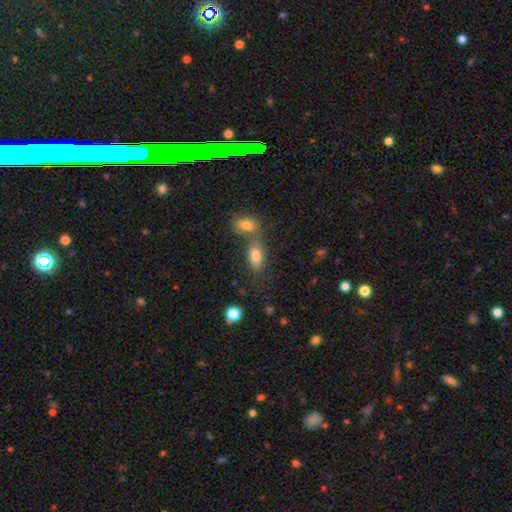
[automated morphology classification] smooth_or_featured: smooth (p=0.80) [alt: featured or disk p=0.10]
how_rounded: in between (p=0.88) [alt: round p=0.07]
merging: none (p=0.43) [tied with: merger p=0.43]